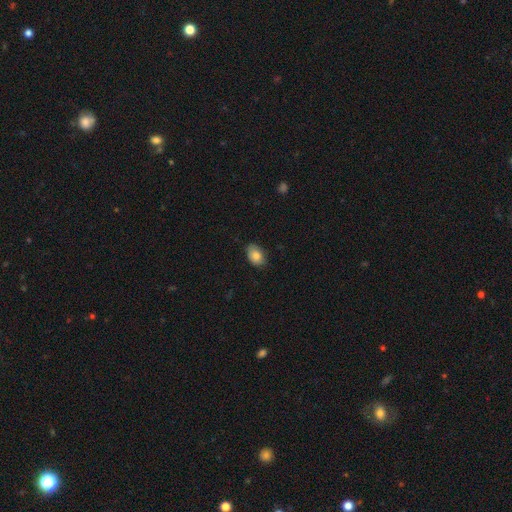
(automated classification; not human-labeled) A smooth galaxy with no disk features (83%) that is in between round and cigar-shaped (83%). Merging: none (80%).